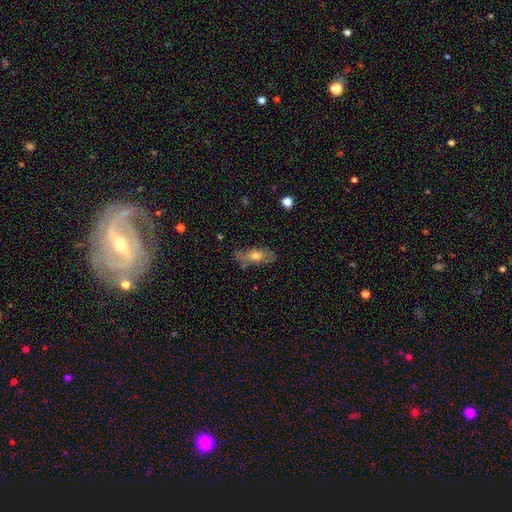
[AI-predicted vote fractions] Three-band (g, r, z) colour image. It shows a smooth galaxy with no disk features (57%) that is in between round and cigar-shaped (79%). Merging: none (73%).